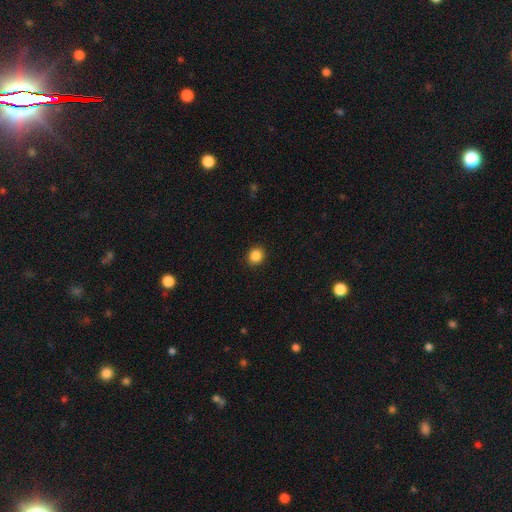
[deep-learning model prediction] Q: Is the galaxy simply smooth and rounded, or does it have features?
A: smooth — 87%.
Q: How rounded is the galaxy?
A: round — 86%.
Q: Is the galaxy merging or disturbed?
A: none — 91%.